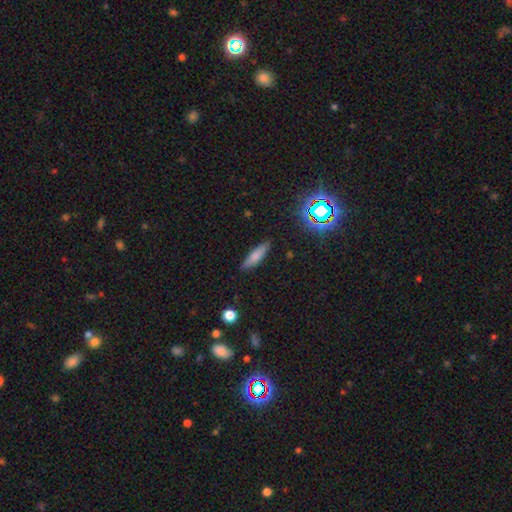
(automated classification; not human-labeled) Smooth or featured? Predicted: smooth (p=0.73). How rounded? Predicted: cigar-shaped (p=0.68). Merging? Predicted: none (p=0.86).